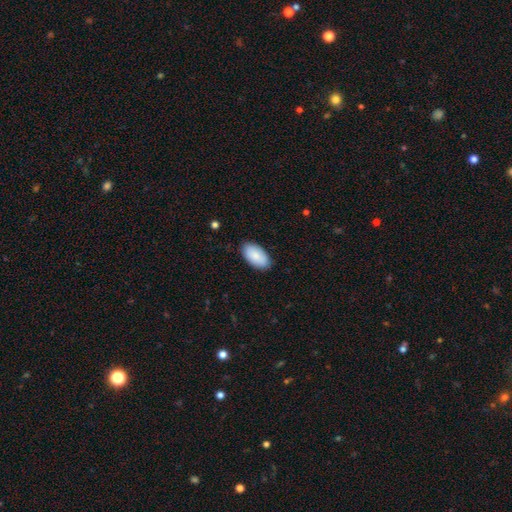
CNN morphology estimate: This is clearly a smooth galaxy (88%). How rounded: clearly in between (96%). Merging: clearly none (87%).